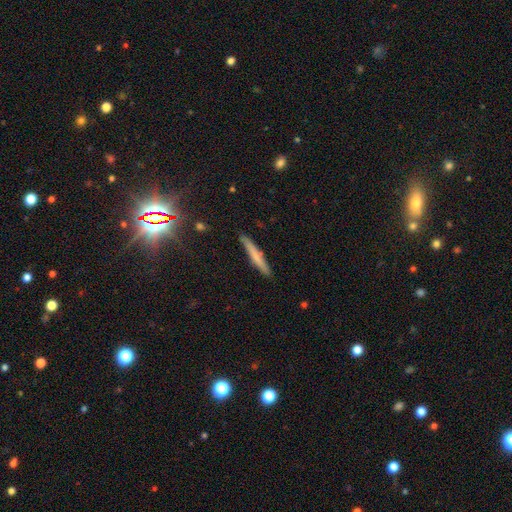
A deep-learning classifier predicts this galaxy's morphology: Smooth or featured? smooth (61%)
How rounded? cigar-shaped (95%)
Merging? none (89%)